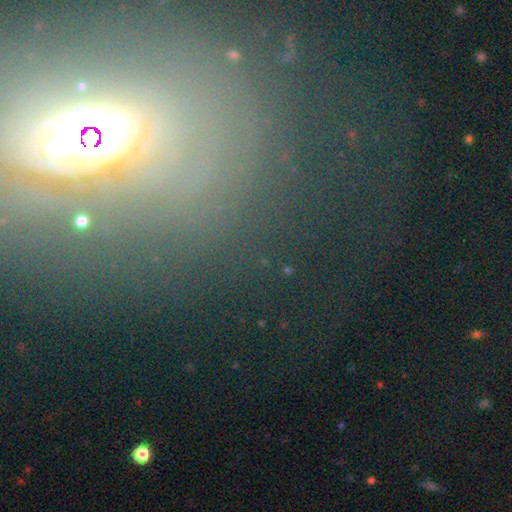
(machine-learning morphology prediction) Smooth or featured? star or artifact (50%)